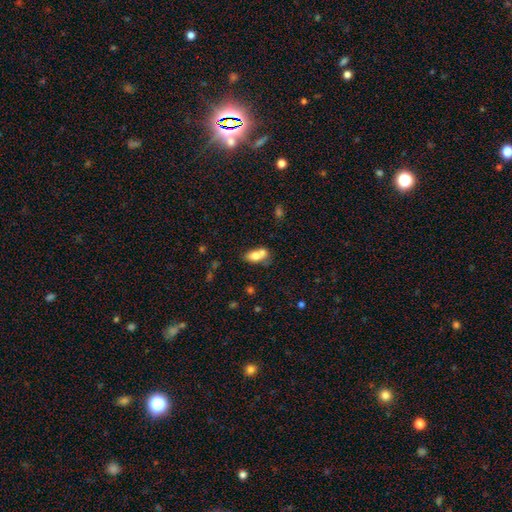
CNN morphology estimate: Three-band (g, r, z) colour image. It shows a smooth galaxy with no disk features (71%) that is in between round and cigar-shaped (80%). Merging: merger (56%).